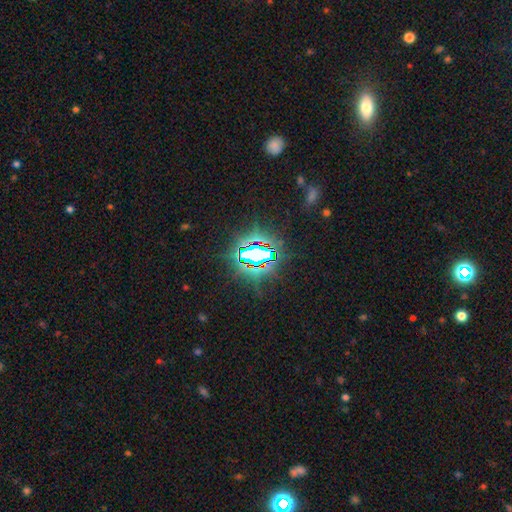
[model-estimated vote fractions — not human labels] Smooth or featured?
  - star or artifact: 79% *
  - smooth: 11%
  - featured or disk: 10%